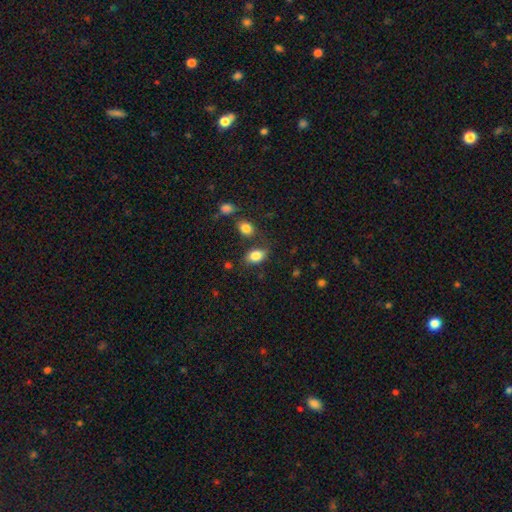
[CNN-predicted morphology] Smooth or featured? smooth (83%)
How rounded? in between (84%)
Merging? none (70%)